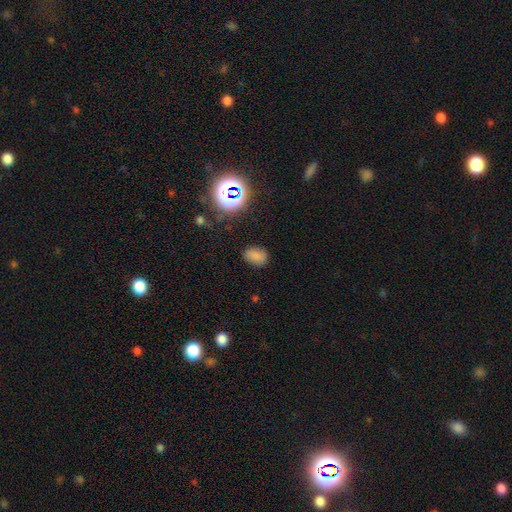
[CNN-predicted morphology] Smooth or featured? smooth (75%)
How rounded? in between (73%)
Merging? none (81%)